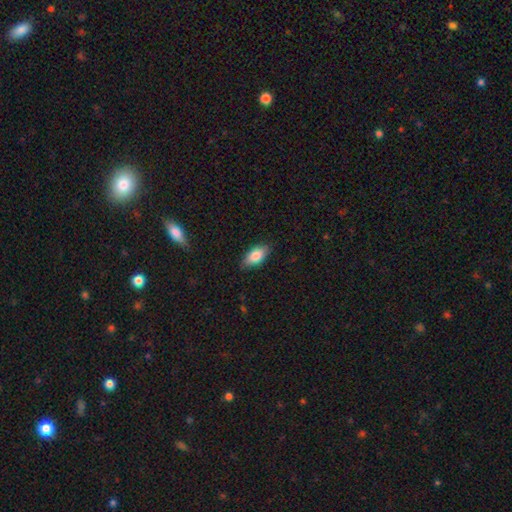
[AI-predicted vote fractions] smooth_or_featured: smooth (p=0.82) [alt: featured or disk p=0.12]
how_rounded: in between (p=0.90) [alt: cigar-shaped p=0.07]
merging: none (p=0.83) [alt: minor disturbance p=0.13]